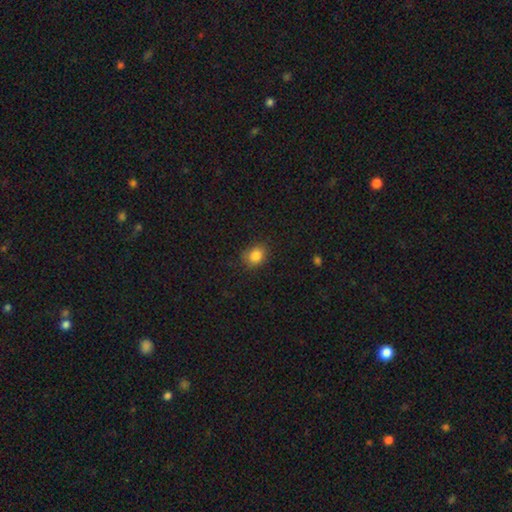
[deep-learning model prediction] A smooth galaxy with no disk features (84%) that is round (59%).

Vote fractions:
- Smooth or featured? smooth: 84% / star or artifact: 11% / featured or disk: 5%
- How rounded? round: 59% / in between: 40% / cigar-shaped: 1%
- Merging? none: 80% / minor disturbance: 15% / major disturbance: 3% / merger: 1%